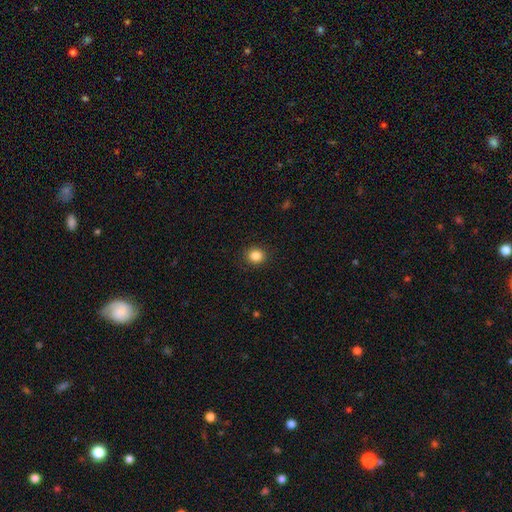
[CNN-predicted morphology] smooth 85%, star or artifact 11%, featured or disk 4%. Down the decision tree: how rounded — round (84%); merging — none (90%).